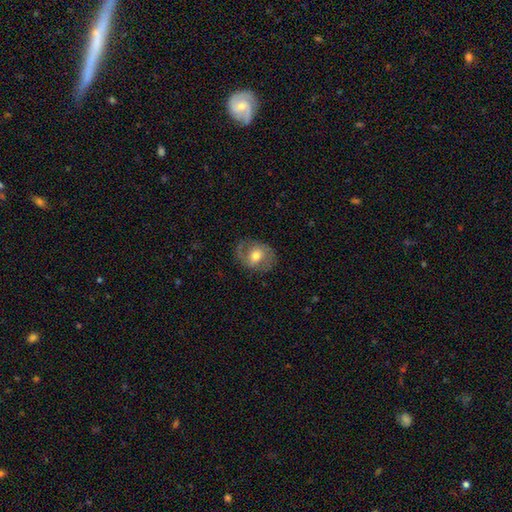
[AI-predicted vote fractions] A featured or disk galaxy (53%) with no bar (56%), spiral arms (72%) and a moderate central bulge (72%).

Vote fractions:
- Smooth or featured? featured or disk: 53% / smooth: 38% / star or artifact: 8%
- Edge-on disk? no: 95% / yes: 5%
- Bar? no: 56% / weak: 34% / strong: 11%
- Spiral arms? yes: 72% / no: 28%
- Bulge size? moderate: 72% / small: 17% / large: 10% / dominant: 1% / none: 1%
- Merging? none: 73% / minor disturbance: 17% / major disturbance: 9% / merger: 1%